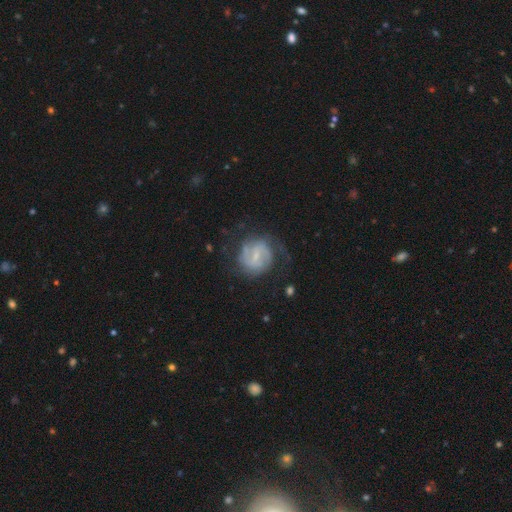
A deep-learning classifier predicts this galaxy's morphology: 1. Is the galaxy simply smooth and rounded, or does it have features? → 75% featured or disk, 19% smooth, 6% star or artifact.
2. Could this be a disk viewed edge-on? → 98% no, 2% yes.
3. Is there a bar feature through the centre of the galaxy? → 58% weak, 22% strong, 20% no.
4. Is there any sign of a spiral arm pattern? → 89% yes, 11% no.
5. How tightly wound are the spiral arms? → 42% medium, 38% tight, 19% loose.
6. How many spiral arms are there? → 62% 2, 23% can't tell, 6% 3, 5% 1, 2% 4, 2% more than 4.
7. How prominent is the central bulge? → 62% small, 22% moderate, 13% none, 2% large, 1% dominant.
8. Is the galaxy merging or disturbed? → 60% none, 21% minor disturbance, 17% major disturbance, 2% merger.